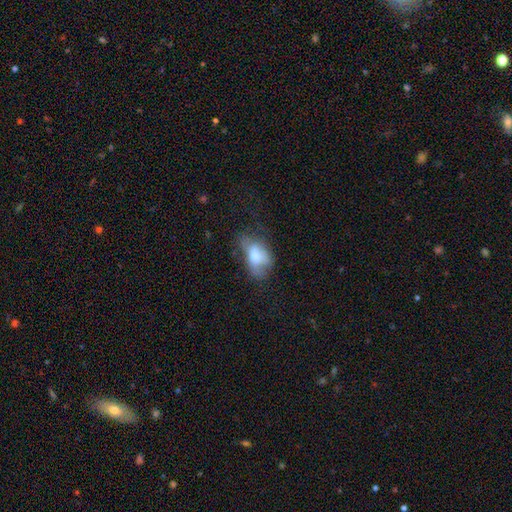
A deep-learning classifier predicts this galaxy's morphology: This is likely a smooth galaxy (65%). How rounded: clearly in between (88%). Merging: marginally none (33%).